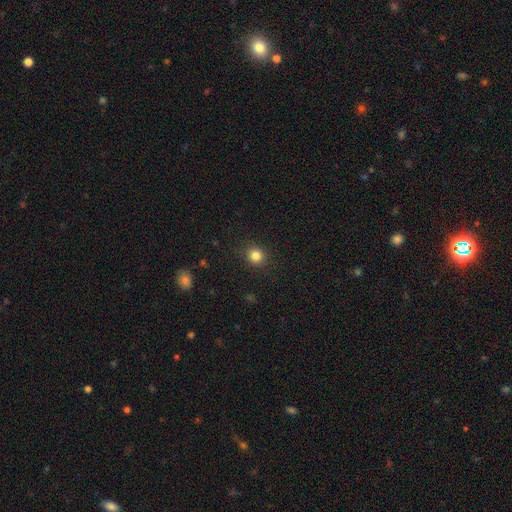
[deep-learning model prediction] smooth-or-featured: smooth: 83% | star or artifact: 12% | featured or disk: 5%
  how-rounded: round: 88% | in between: 11% | cigar-shaped: 1%
  merging: none: 89% | minor disturbance: 7% | major disturbance: 2% | merger: 1%